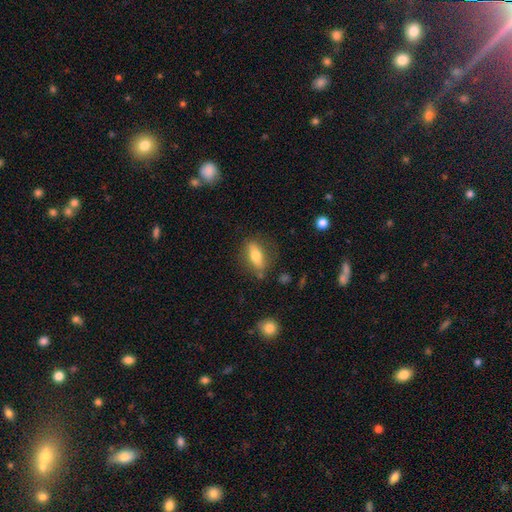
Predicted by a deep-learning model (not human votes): Smooth or featured? smooth (65%)
How rounded? in between (65%)
Merging? none (76%)